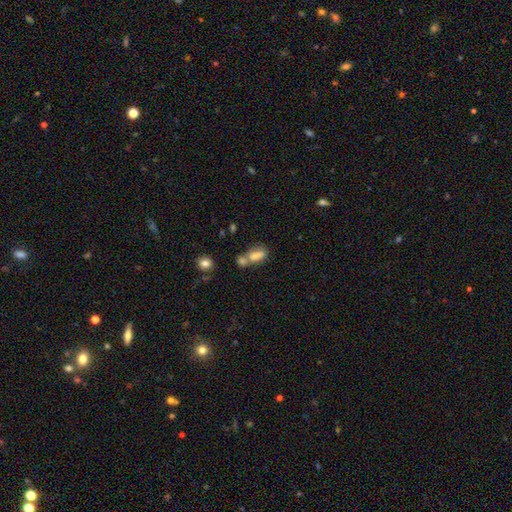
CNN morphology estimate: Smooth or featured? Predicted: smooth (p=0.77). How rounded? Predicted: in between (p=0.81). Merging? Predicted: merger (p=0.48).